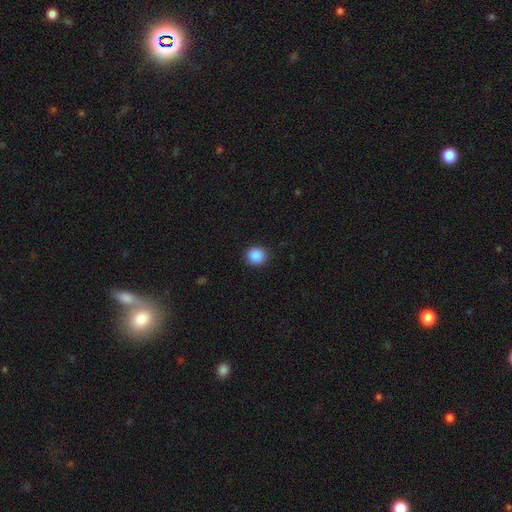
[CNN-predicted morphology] Overall: smooth (88%). How rounded: round (89%). Merging: none (91%).